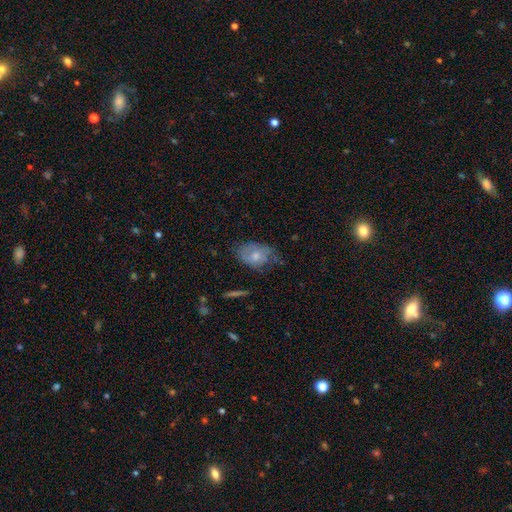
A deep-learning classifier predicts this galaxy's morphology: A smooth galaxy with no disk features (58%) that is in between round and cigar-shaped (81%).

Vote fractions:
- Smooth or featured? smooth: 58% / featured or disk: 34% / star or artifact: 8%
- How rounded? in between: 81% / round: 17% / cigar-shaped: 2%
- Merging? none: 49% / minor disturbance: 35% / major disturbance: 14% / merger: 3%